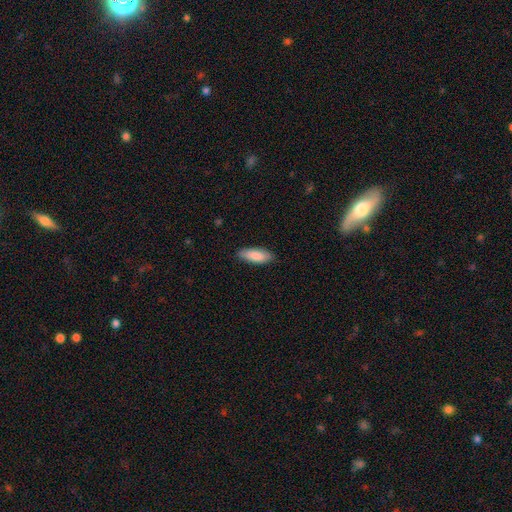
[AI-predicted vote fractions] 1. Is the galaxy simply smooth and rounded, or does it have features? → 87% smooth, 7% featured or disk, 5% star or artifact.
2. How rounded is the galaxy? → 69% in between, 29% cigar-shaped, 2% round.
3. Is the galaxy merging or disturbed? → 86% none, 11% minor disturbance, 2% major disturbance, 1% merger.